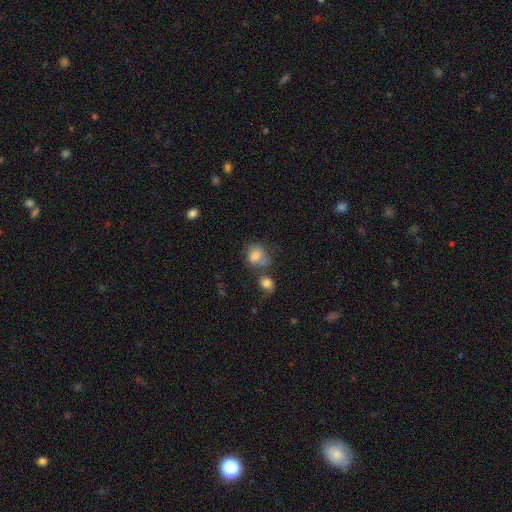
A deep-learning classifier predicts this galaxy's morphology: Smooth or featured? smooth (78%)
How rounded? round (60%)
Merging? none (38%)